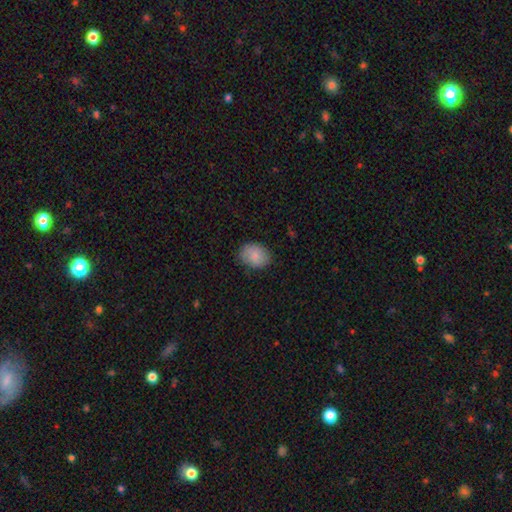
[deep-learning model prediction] A smooth galaxy with no disk features (85%) that is in between round and cigar-shaped (60%). Merging: none (78%).